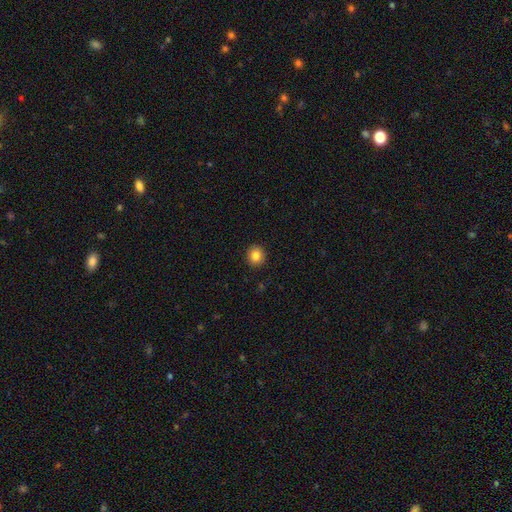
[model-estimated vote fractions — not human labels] Smooth or featured?
  - smooth: 84% *
  - star or artifact: 9%
  - featured or disk: 7%
How rounded?
  - round: 89% *
  - in between: 10%
  - cigar-shaped: 1%
Merging?
  - none: 92% *
  - minor disturbance: 5%
  - major disturbance: 2%
  - merger: 1%